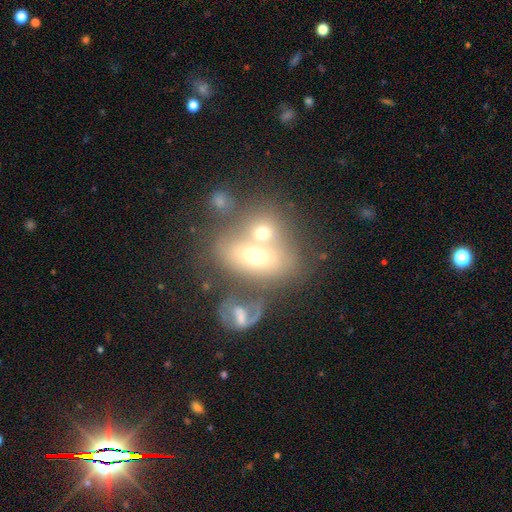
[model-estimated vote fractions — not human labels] This is possibly a smooth galaxy (49%). Merging: likely merger (62%).